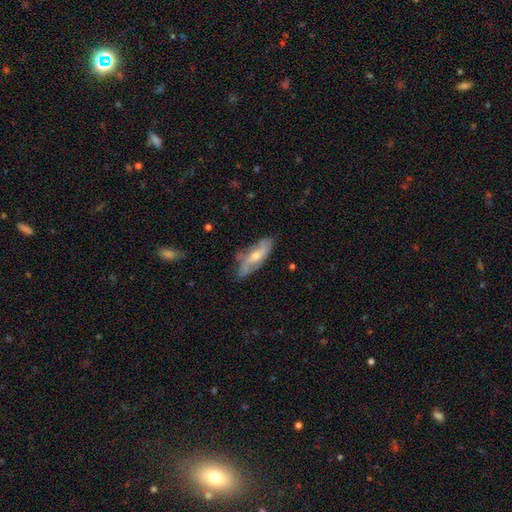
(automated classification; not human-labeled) smooth_or_featured: featured or disk (p=0.59) [alt: smooth p=0.34]
disk_edge_on: no (p=0.68) [alt: yes p=0.32]
merging: none (p=0.69) [alt: minor disturbance p=0.23]